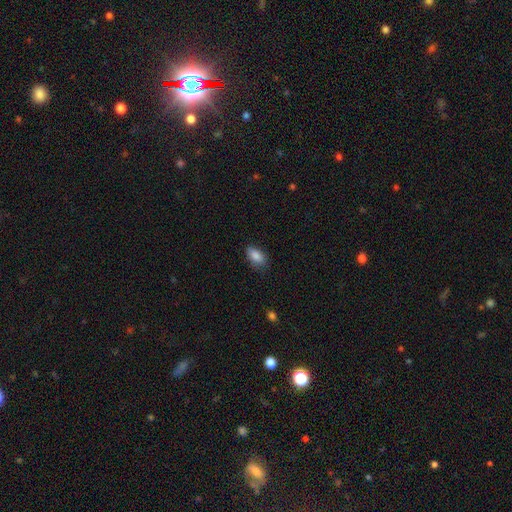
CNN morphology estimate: This appears to be a smooth galaxy with no disk features (86%) that is in between round and cigar-shaped (90%). Merging: none (75%).